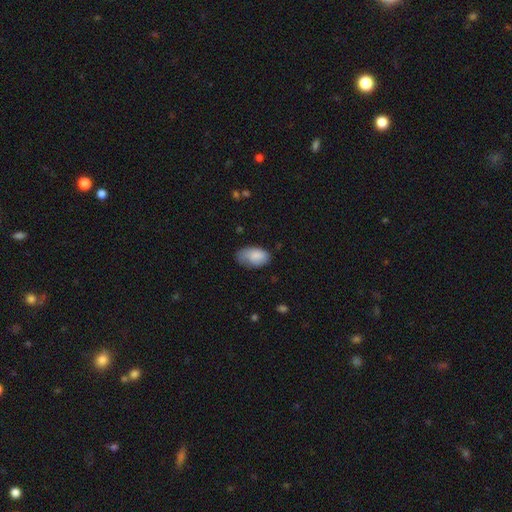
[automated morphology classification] Overall: smooth (83%). How rounded: in between (93%). Merging: none (51%; minor disturbance 36%).